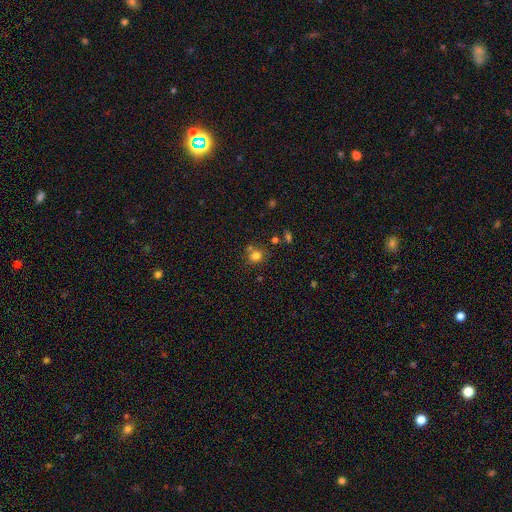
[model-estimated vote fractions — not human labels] Smooth or featured? Predicted: smooth (p=0.77). How rounded? Predicted: round (p=0.76). Merging? Predicted: none (p=0.62).